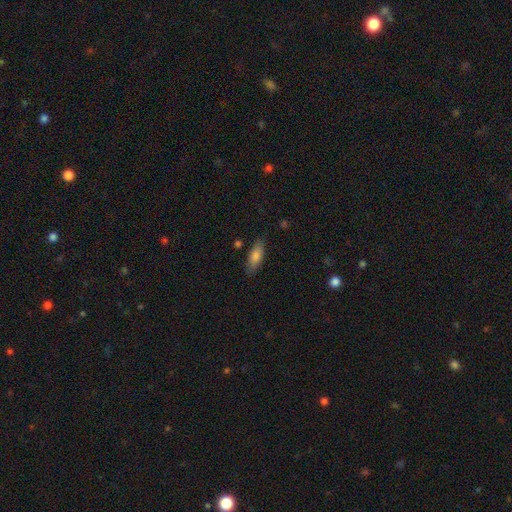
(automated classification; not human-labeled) Smooth or featured? smooth (77%)
How rounded? in between (61%)
Merging? none (83%)